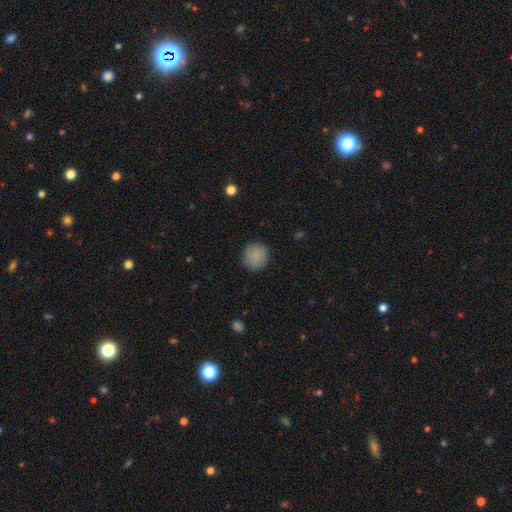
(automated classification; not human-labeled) Q: Smooth or featured?
A: smooth (86%); runner-up: star or artifact (8%)
Q: How rounded?
A: round (92%); runner-up: in between (7%)
Q: Merging?
A: none (87%); runner-up: minor disturbance (9%)